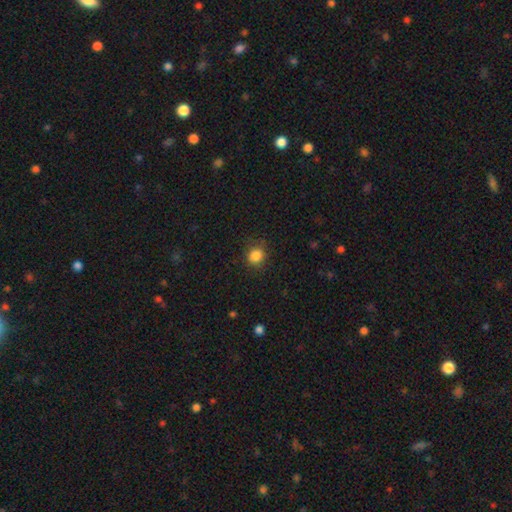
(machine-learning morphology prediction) The model was most divided on "how rounded": round: 83%, in between: 17%, cigar-shaped: 1%. More confident: smooth or featured — smooth (86%); merging — none (81%).